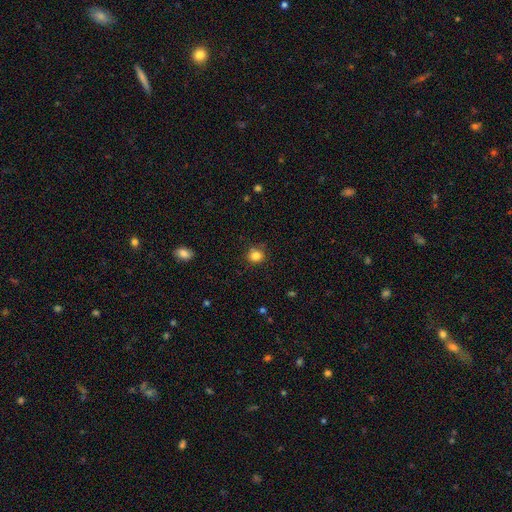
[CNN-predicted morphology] Smooth or featured? smooth (84%)
How rounded? round (86%)
Merging? none (83%)